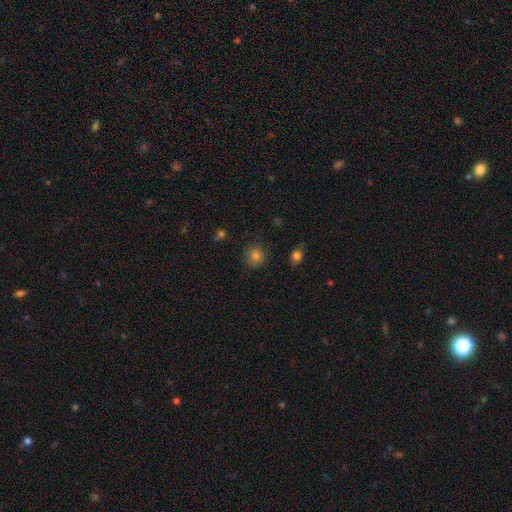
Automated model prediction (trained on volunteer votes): Smooth or featured? Predicted: smooth (p=0.82). How rounded? Predicted: round (p=0.86). Merging? Predicted: none (p=0.84).